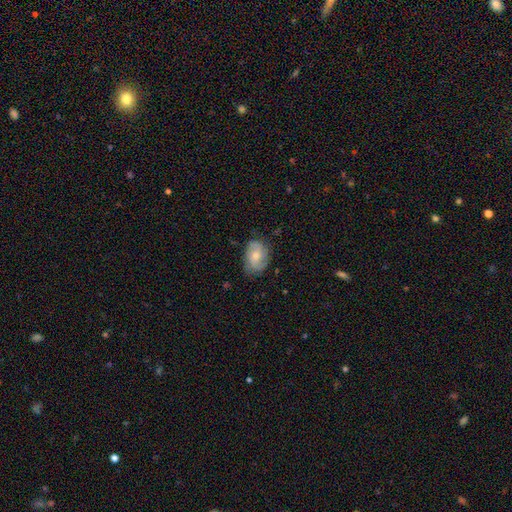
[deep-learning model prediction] Overall: featured or disk (54%; smooth 39%). Edge-on disk: no (97%). Bar: no (67%; weak 29%). Spiral arms: yes (86%). Bulge size: moderate (49%; small 44%). Merging: none (71%).